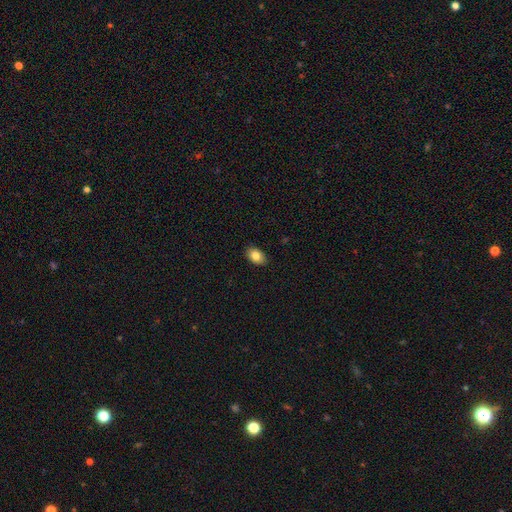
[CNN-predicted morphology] Smooth or featured: smooth — 84% (star or artifact — 8%)
How rounded: in between — 85% (round — 14%)
Merging: none — 88% (minor disturbance — 9%)